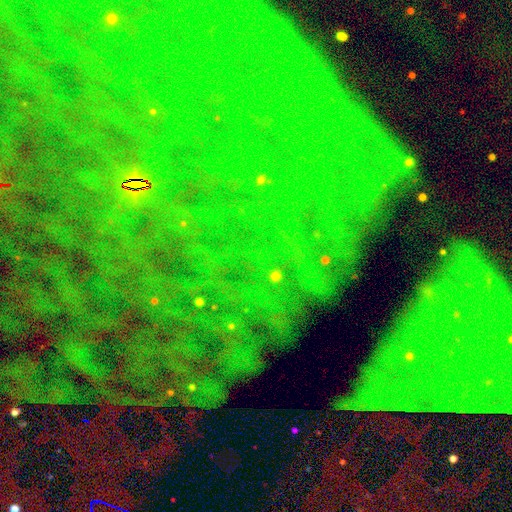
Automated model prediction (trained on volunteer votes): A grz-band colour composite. It shows a star or artifact, not a galaxy (82%).